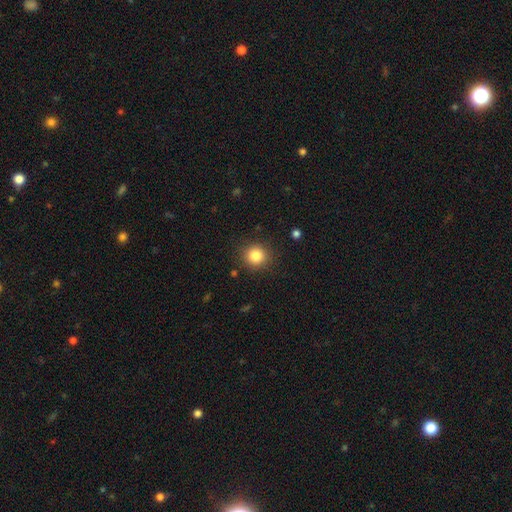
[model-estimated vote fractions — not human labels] smooth_or_featured: smooth (p=0.84) [alt: star or artifact p=0.11]
how_rounded: round (p=0.91) [alt: in between p=0.08]
merging: none (p=0.89) [alt: minor disturbance p=0.07]